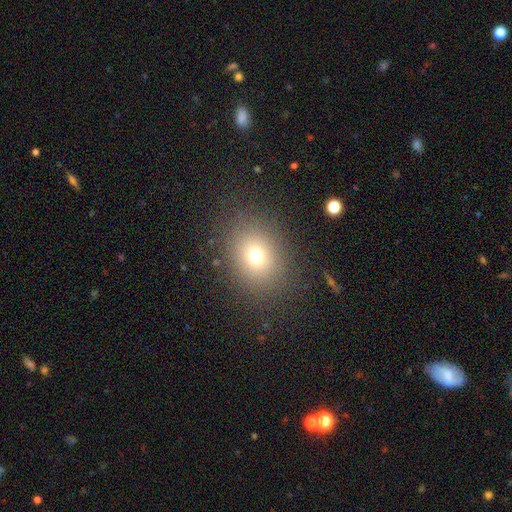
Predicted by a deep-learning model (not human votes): Overall: smooth (71%). How rounded: round (60%; in between 40%). Merging: none (84%).